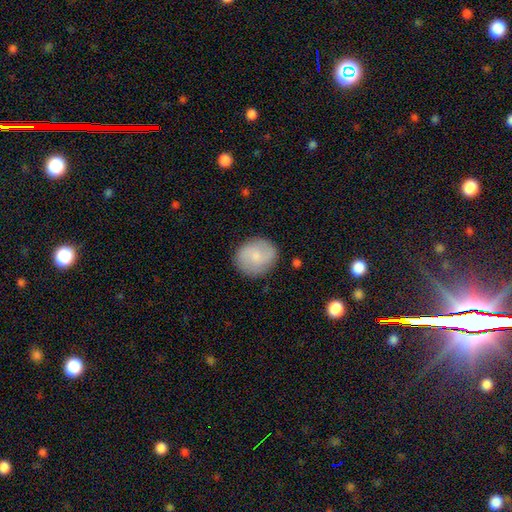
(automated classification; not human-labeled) Smooth or featured? smooth (50%)
How rounded? round (75%)
Merging? none (84%)